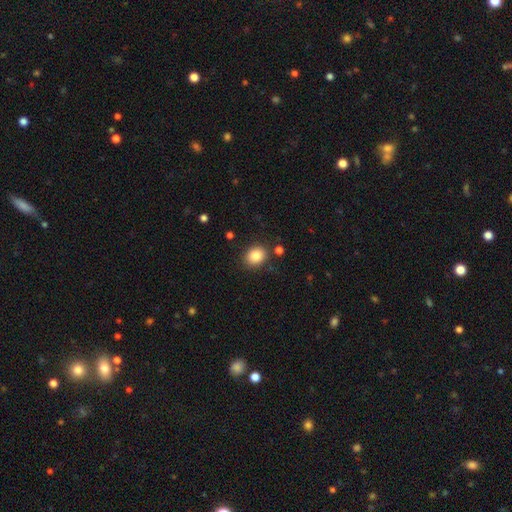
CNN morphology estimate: smooth 85%, star or artifact 9%, featured or disk 6%. Down the decision tree: how rounded — round (56%); merging — none (85%).